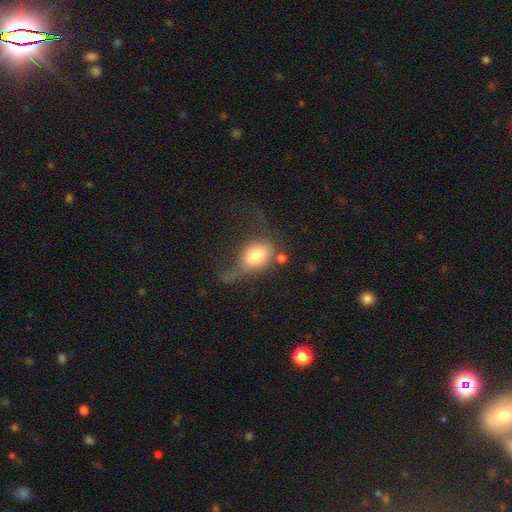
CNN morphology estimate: Q: Smooth or featured?
A: smooth (69%); runner-up: featured or disk (23%)
Q: How rounded?
A: in between (70%); runner-up: round (26%)
Q: Merging?
A: major disturbance (44%); runner-up: none (24%)